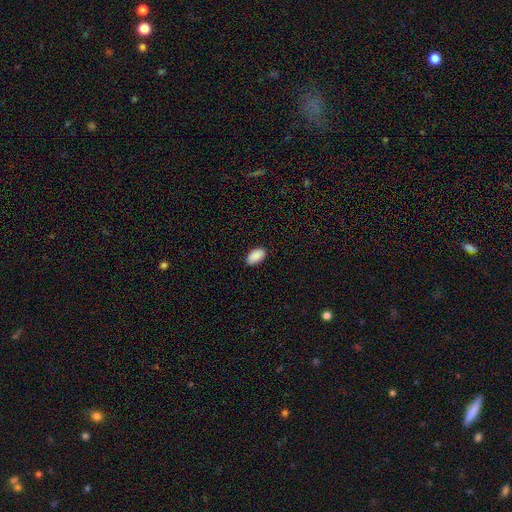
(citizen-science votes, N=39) smooth 95%, star or artifact 5%, featured or disk 0%. Down the decision tree: how rounded — in between (92%); merging — none (84%).